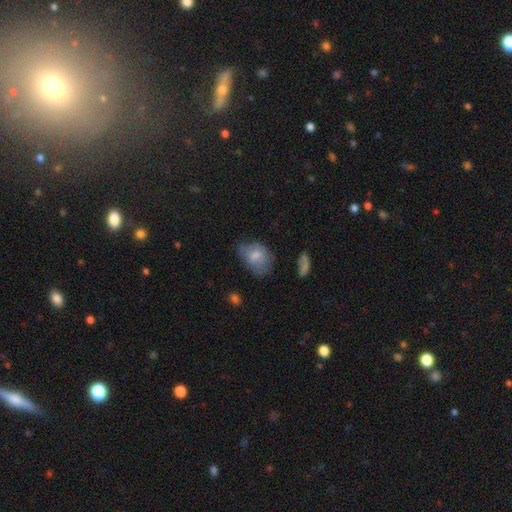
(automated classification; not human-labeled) A smooth galaxy with no disk features (69%) that is in between round and cigar-shaped (77%). Merging: none (45%).